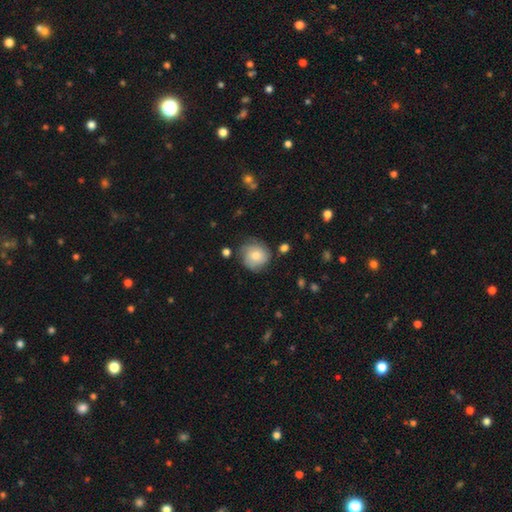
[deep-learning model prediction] Morphology: type=smooth (66%); roundness=round (89%); merging=none (72%).